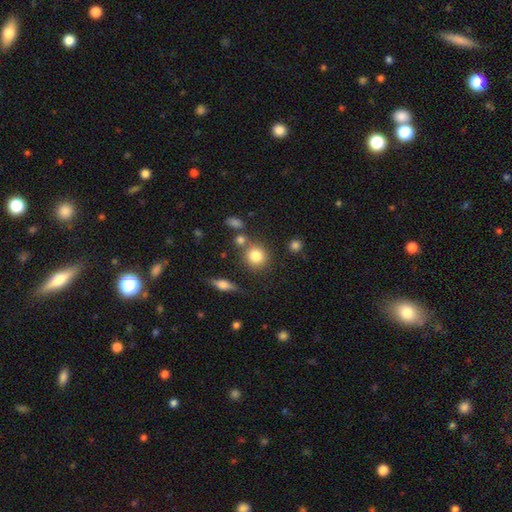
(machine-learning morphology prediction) Smooth or featured: smooth — 81% (star or artifact — 10%)
How rounded: round — 84% (in between — 14%)
Merging: none — 71% (merger — 13%)